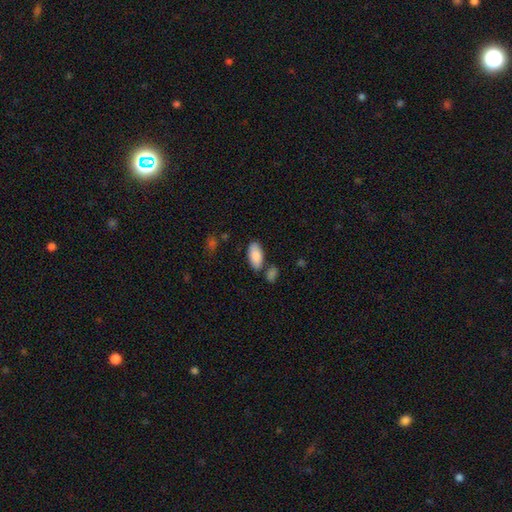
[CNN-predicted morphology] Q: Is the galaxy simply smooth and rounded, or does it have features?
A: smooth — 88%.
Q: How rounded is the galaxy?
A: in between — 93%.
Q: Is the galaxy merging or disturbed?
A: none — 73%.